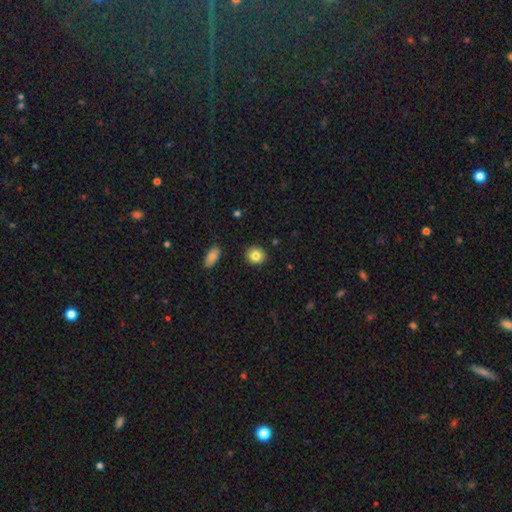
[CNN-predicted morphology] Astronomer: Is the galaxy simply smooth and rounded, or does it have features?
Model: smooth — 83%.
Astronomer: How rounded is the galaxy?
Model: round — 79%.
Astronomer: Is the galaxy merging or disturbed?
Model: none — 89%.